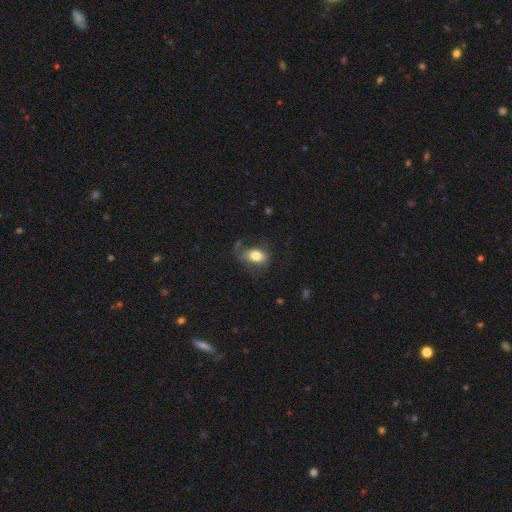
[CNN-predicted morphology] The model was most divided on "merging": none: 51%, minor disturbance: 27%, major disturbance: 18%, merger: 3%. More confident: how rounded — in between (83%); smooth or featured — smooth (77%).